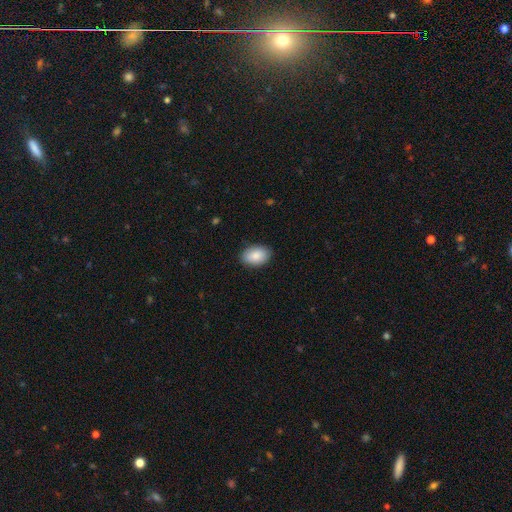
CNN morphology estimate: The model was most divided on "how rounded": in between: 89%, round: 10%, cigar-shaped: 1%. More confident: merging — none (88%); smooth or featured — smooth (88%).